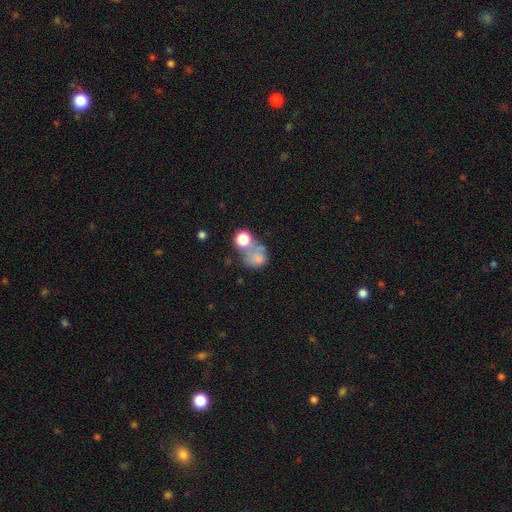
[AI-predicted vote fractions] smooth_or_featured: smooth (p=0.67) [alt: featured or disk p=0.19]
how_rounded: round (p=0.63) [alt: in between p=0.36]
merging: merger (p=0.41) [alt: none p=0.27]